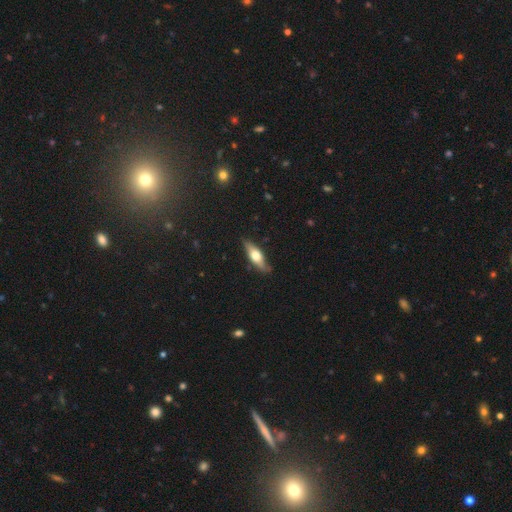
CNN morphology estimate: featured or disk 48%, smooth 46%, star or artifact 6%. Down the decision tree: merging — none (83%).